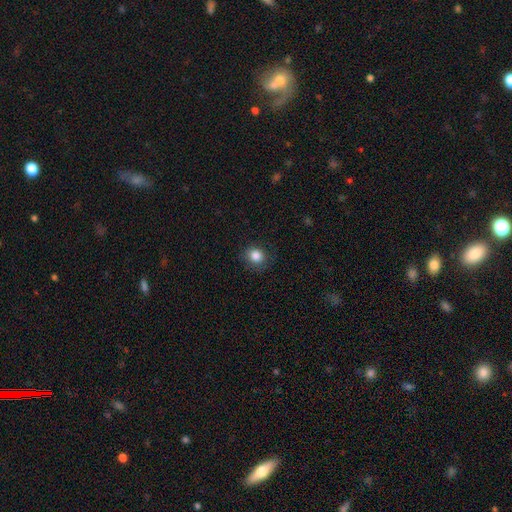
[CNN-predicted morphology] Smooth or featured: smooth — 85% (star or artifact — 10%)
How rounded: round — 83% (in between — 16%)
Merging: none — 81% (minor disturbance — 13%)